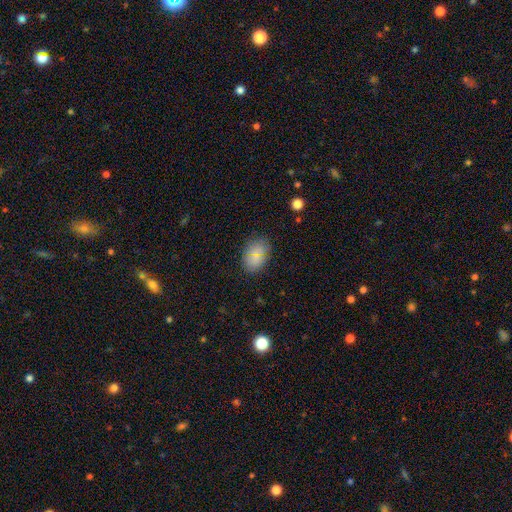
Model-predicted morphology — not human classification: The model was most divided on "smooth or featured": smooth: 79%, star or artifact: 13%, featured or disk: 8%. More confident: merging — none (82%); how rounded — in between (82%).